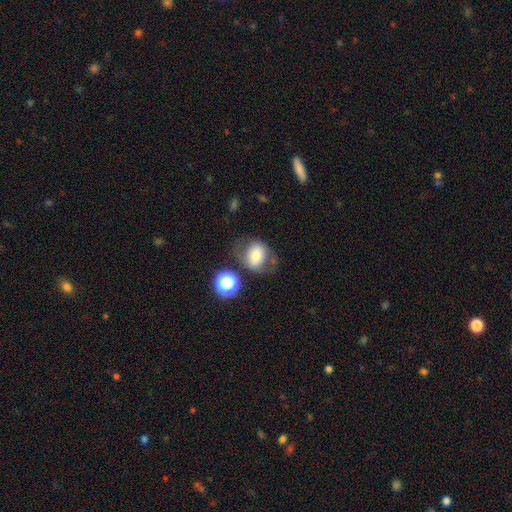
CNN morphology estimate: The model was most divided on "how rounded": round: 57%, in between: 42%, cigar-shaped: 1%. More confident: smooth or featured — smooth (58%); merging — none (56%).